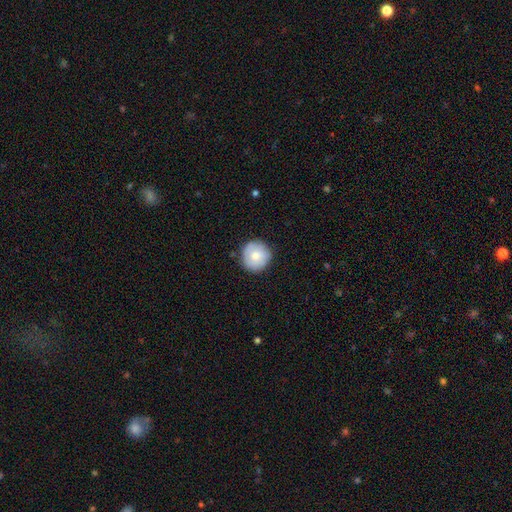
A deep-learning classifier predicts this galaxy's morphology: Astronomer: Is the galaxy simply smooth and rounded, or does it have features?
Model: smooth — 73%.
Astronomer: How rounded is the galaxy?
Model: round — 95%.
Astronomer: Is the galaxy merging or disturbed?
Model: none — 86%.